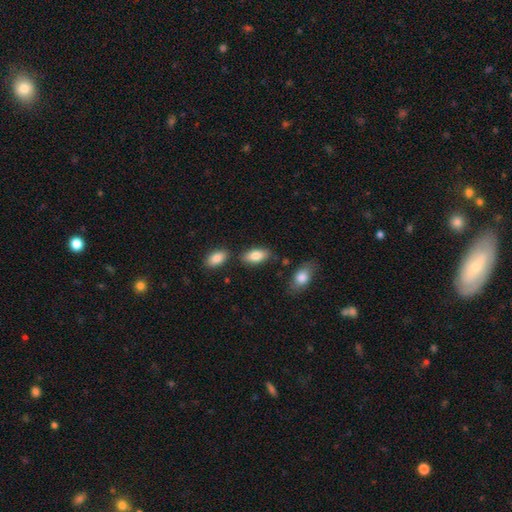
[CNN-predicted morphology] smooth_or_featured: smooth (p=0.85) [alt: featured or disk p=0.09]
how_rounded: in between (p=0.93) [alt: cigar-shaped p=0.04]
merging: none (p=0.77) [alt: minor disturbance p=0.12]